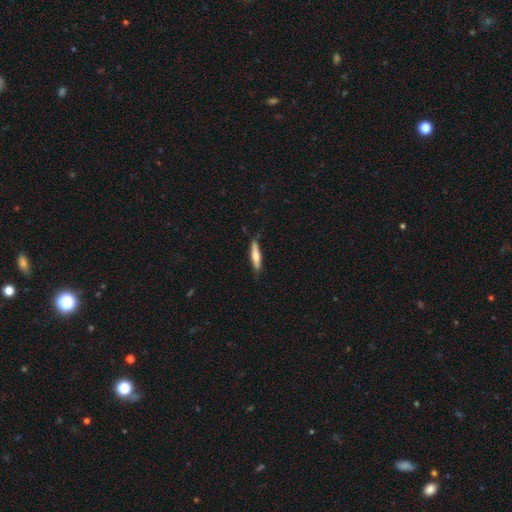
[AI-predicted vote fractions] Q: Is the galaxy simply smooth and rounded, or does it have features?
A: smooth — 62%.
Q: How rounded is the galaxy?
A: cigar-shaped — 84%.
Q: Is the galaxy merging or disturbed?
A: none — 77%.